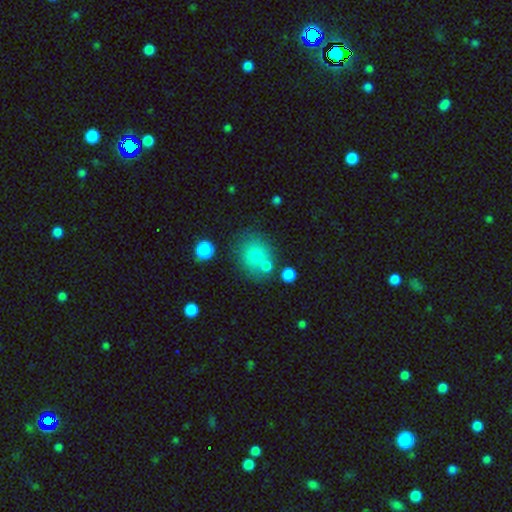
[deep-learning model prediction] This is likely a smooth galaxy (74%). How rounded: likely round (75%). Merging: likely none (61%).